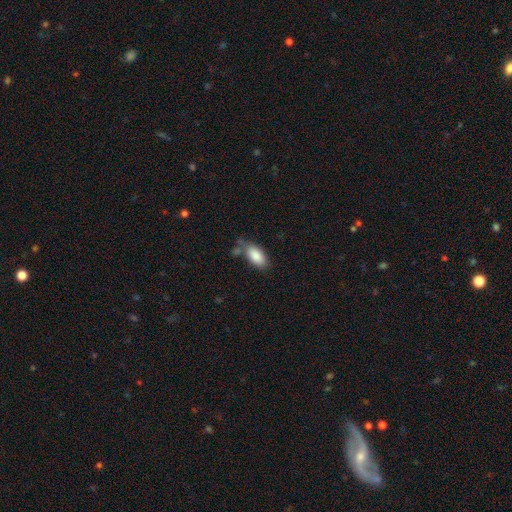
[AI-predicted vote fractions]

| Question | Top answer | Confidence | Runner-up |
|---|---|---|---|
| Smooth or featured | smooth | 85% | featured or disk (8%) |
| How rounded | in between | 92% | cigar-shaped (5%) |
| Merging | none | 57% | minor disturbance (23%) |